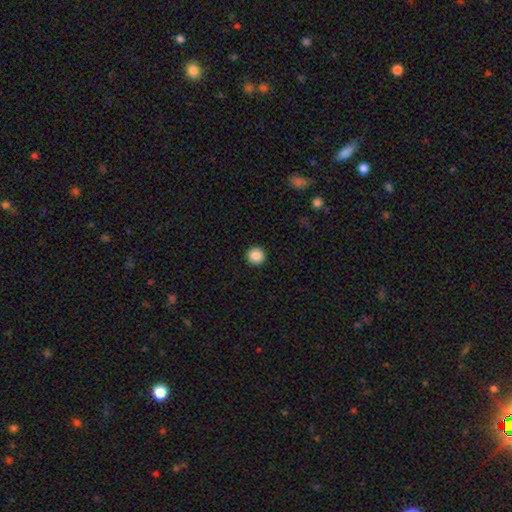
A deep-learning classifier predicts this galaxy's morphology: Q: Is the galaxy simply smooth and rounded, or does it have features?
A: smooth — 87%.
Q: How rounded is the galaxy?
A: round — 96%.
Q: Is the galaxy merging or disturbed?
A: none — 93%.